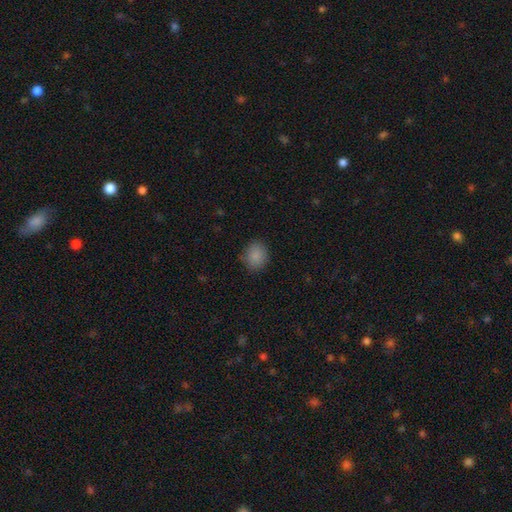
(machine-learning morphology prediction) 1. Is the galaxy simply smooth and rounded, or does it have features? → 86% smooth, 10% star or artifact, 4% featured or disk.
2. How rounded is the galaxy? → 71% round, 28% in between, 1% cigar-shaped.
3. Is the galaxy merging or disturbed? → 84% none, 12% minor disturbance, 3% major disturbance, 1% merger.